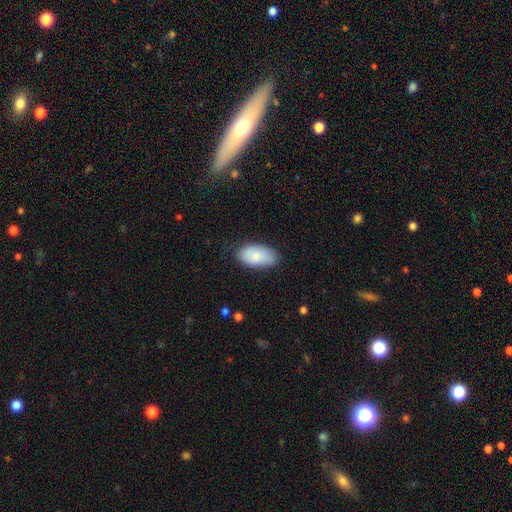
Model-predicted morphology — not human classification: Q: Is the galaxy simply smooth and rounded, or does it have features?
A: smooth — 80%.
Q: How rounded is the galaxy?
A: in between — 95%.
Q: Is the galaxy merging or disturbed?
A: none — 79%.